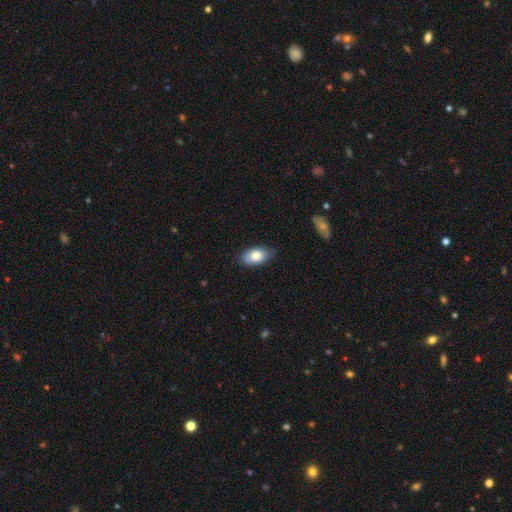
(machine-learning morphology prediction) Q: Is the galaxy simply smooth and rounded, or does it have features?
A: smooth — 79%.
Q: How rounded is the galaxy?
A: in between — 92%.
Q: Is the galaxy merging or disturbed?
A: none — 76%.